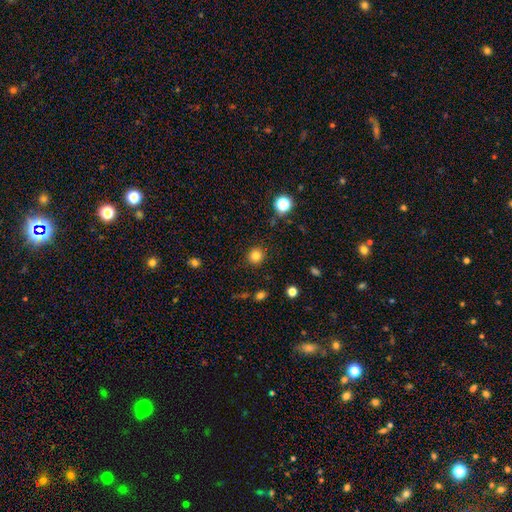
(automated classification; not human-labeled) smooth 82%, star or artifact 13%, featured or disk 5%. Down the decision tree: how rounded — round (89%); merging — none (89%).